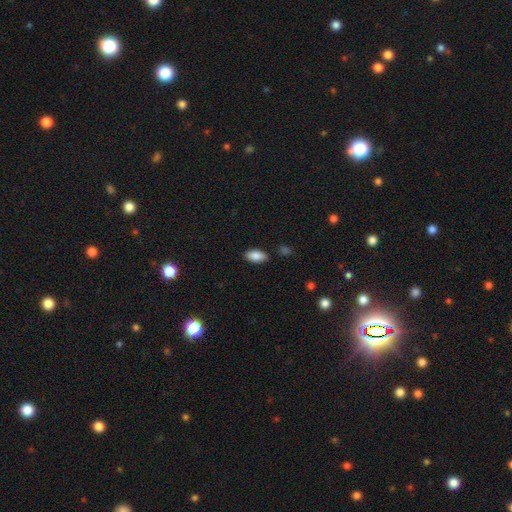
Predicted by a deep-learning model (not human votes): This appears to be a smooth galaxy with no disk features (85%) that is in between round and cigar-shaped (91%). Merging: none (85%).